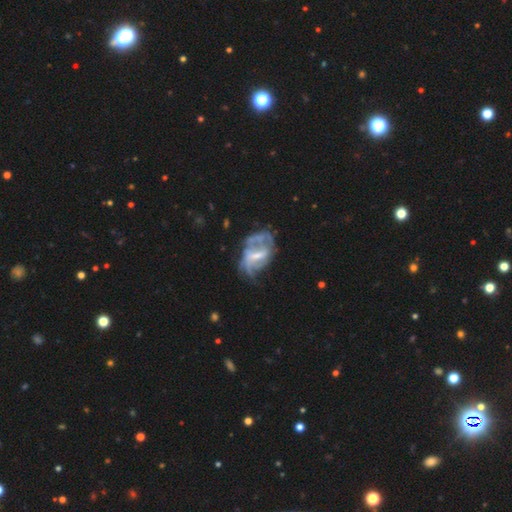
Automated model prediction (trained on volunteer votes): Smooth or featured? featured or disk (76%)
Edge-on disk? no (97%)
Bar? weak (47%)
Spiral arms? yes (71%)
Spiral winding? medium (39%)
Spiral arm count? can't tell (42%)
Bulge size? moderate (40%)
Merging? major disturbance (36%)